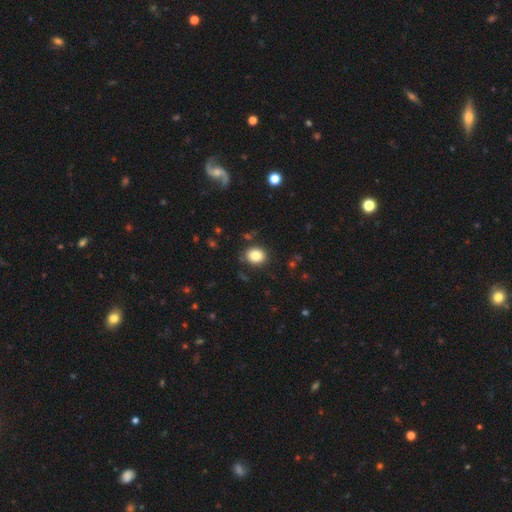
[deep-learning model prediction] Smooth or featured: smooth — 84% (star or artifact — 10%)
How rounded: round — 59% (in between — 40%)
Merging: none — 86% (minor disturbance — 9%)